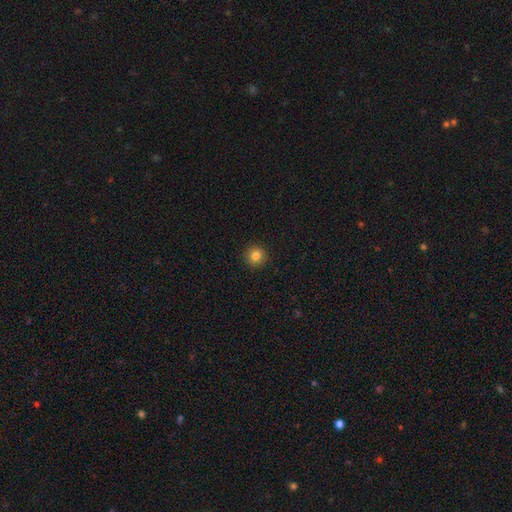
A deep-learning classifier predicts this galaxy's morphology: Q: Smooth or featured?
A: smooth (83%); runner-up: star or artifact (12%)
Q: How rounded?
A: round (95%); runner-up: in between (4%)
Q: Merging?
A: none (93%); runner-up: minor disturbance (4%)